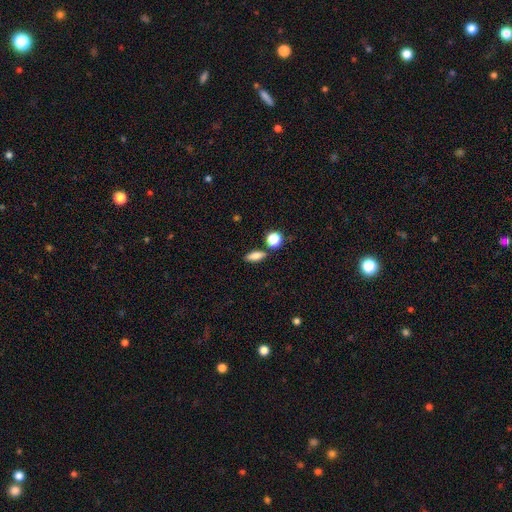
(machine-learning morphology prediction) The model was most divided on "how rounded": in between: 69%, cigar-shaped: 22%, round: 9%. More confident: smooth or featured — smooth (81%); merging — none (80%).